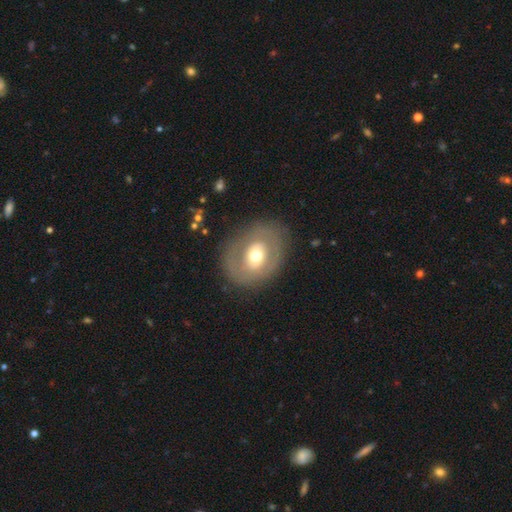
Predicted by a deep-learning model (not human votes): Smooth or featured: featured or disk — 48% (smooth — 45%)
Merging: none — 79% (minor disturbance — 12%)